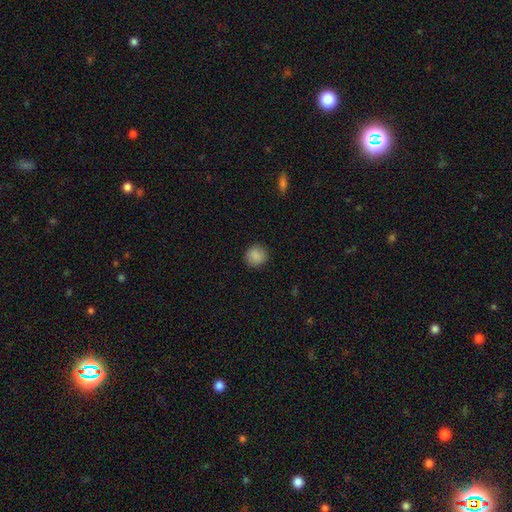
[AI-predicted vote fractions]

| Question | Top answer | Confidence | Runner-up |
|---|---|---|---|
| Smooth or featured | smooth | 88% | star or artifact (9%) |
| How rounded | round | 90% | in between (9%) |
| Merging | none | 89% | minor disturbance (8%) |